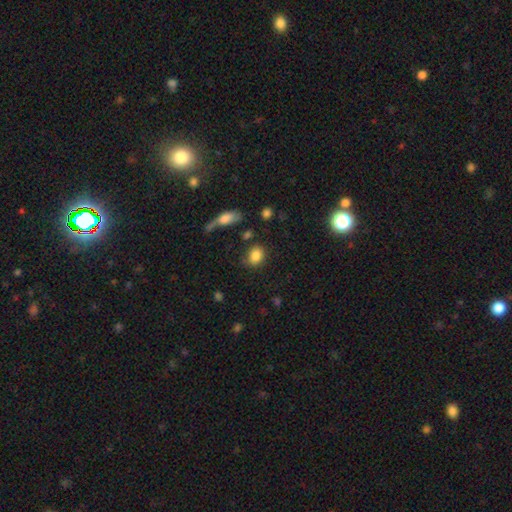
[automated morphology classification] This appears to be a smooth galaxy with no disk features (84%) that is round (51%). Merging: none (68%).